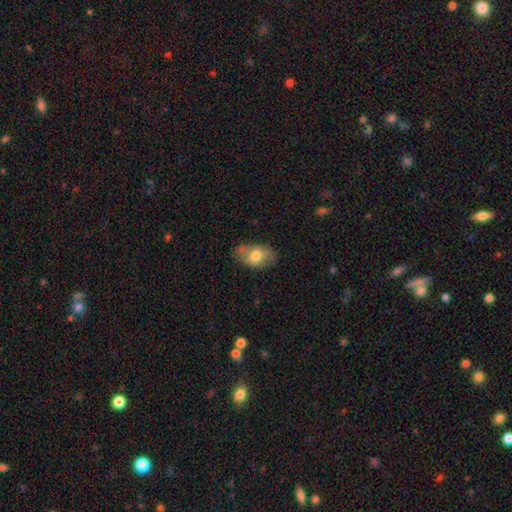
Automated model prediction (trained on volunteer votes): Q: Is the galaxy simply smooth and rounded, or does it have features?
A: smooth — 69%.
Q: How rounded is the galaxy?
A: in between — 90%.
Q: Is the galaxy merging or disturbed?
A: none — 69%.